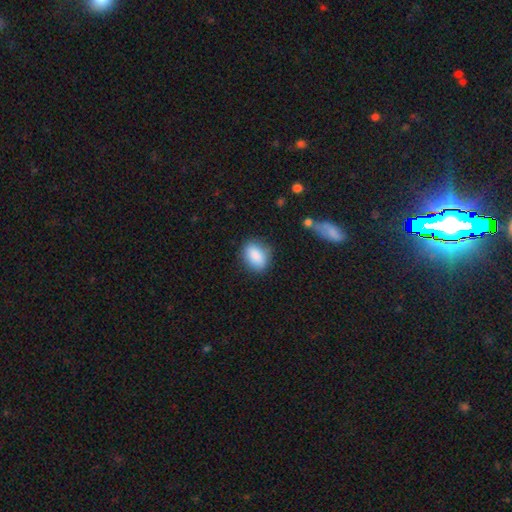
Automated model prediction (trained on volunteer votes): Smooth or featured: smooth — 87% (star or artifact — 7%)
How rounded: in between — 76% (round — 22%)
Merging: none — 78% (minor disturbance — 16%)